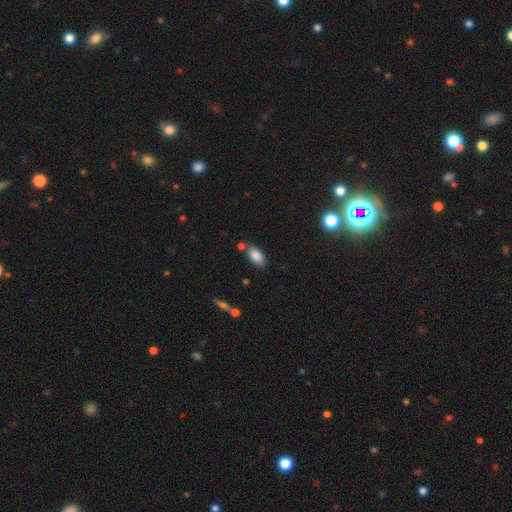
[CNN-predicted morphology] Smooth or featured: smooth — 85% (star or artifact — 8%)
How rounded: in between — 92% (cigar-shaped — 4%)
Merging: none — 71% (minor disturbance — 14%)